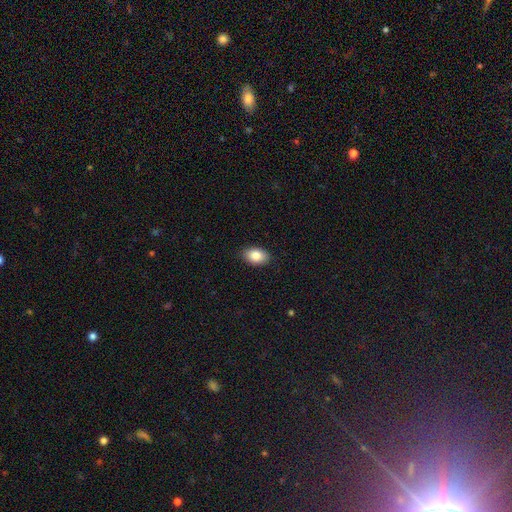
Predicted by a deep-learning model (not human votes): Q: Smooth or featured?
A: smooth (85%); runner-up: featured or disk (8%)
Q: How rounded?
A: in between (89%); runner-up: round (10%)
Q: Merging?
A: none (89%); runner-up: minor disturbance (8%)